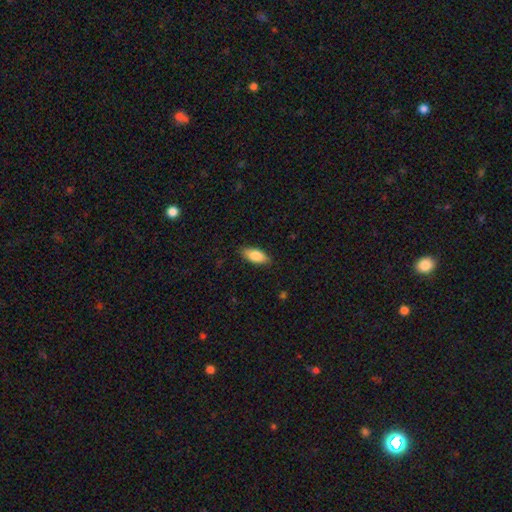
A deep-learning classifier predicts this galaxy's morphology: Q: Smooth or featured?
A: smooth (83%); runner-up: featured or disk (11%)
Q: How rounded?
A: in between (85%); runner-up: cigar-shaped (13%)
Q: Merging?
A: none (85%); runner-up: minor disturbance (11%)